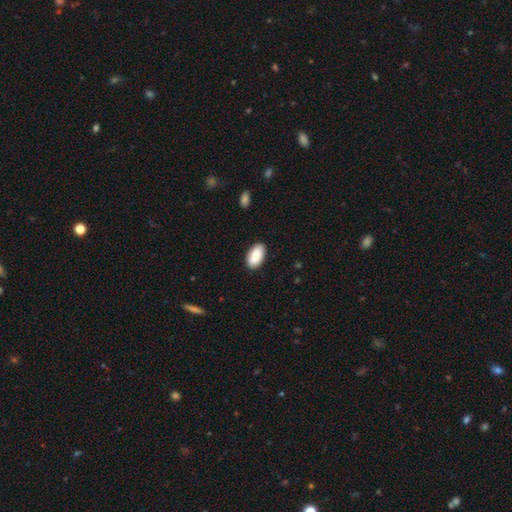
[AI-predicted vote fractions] Smooth or featured: smooth — 87% (featured or disk — 7%)
How rounded: in between — 94% (round — 3%)
Merging: none — 88% (minor disturbance — 9%)